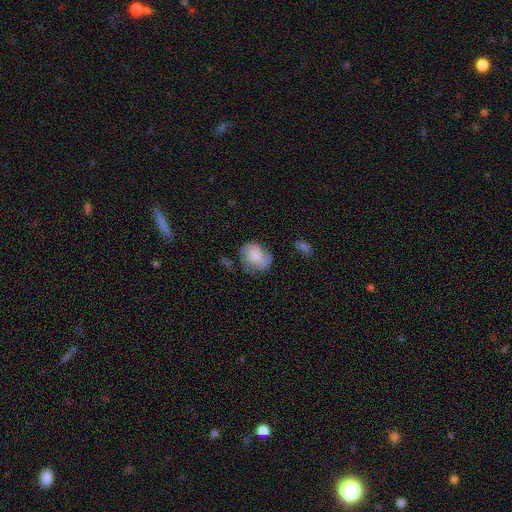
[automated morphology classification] Smooth or featured? Predicted: featured or disk (p=0.68). Edge-on disk? Predicted: no (p=0.98). Bar? Predicted: no (p=0.70). Spiral arms? Predicted: yes (p=0.94). Spiral winding? Predicted: medium (p=0.46). Spiral arm count? Predicted: 2 (p=0.79). Bulge size? Predicted: none (p=0.33). Merging? Predicted: none (p=0.67).